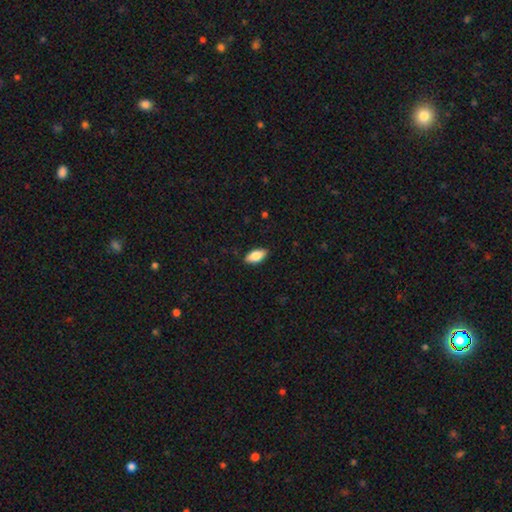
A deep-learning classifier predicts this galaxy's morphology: Overall: smooth (83%). How rounded: in between (89%). Merging: none (88%).